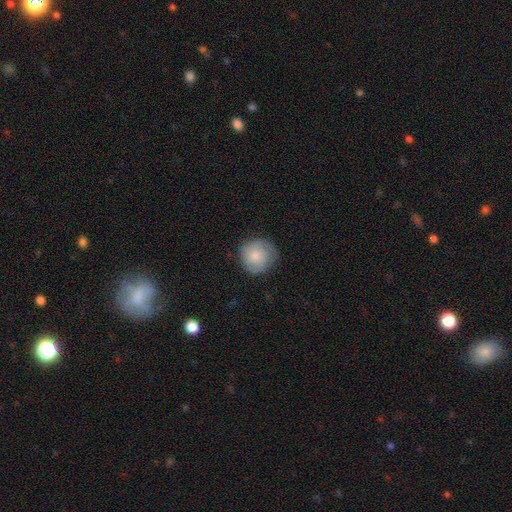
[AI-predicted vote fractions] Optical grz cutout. It shows a smooth galaxy with no disk features (67%) that is round (91%). Merging: none (77%).